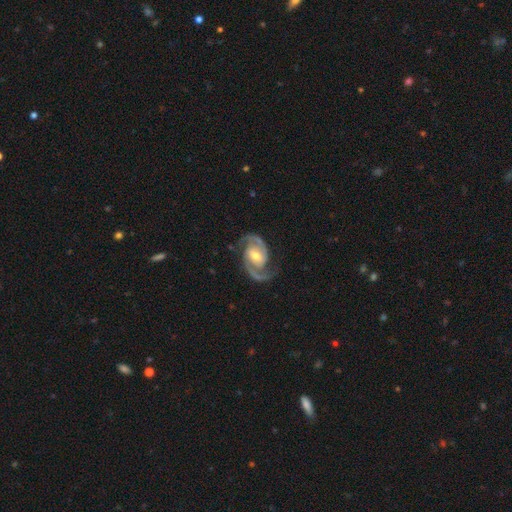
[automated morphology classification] Smooth or featured: featured or disk — 93% (star or artifact — 4%)
Edge-on disk: no — 98% (yes — 2%)
Bar: weak — 46% (no — 34%)
Spiral arms: yes — 98% (no — 2%)
Spiral winding: medium — 60% (tight — 26%)
Spiral arm count: 2 — 94% (can't tell — 2%)
Bulge size: moderate — 63% (small — 30%)
Merging: none — 81% (minor disturbance — 13%)